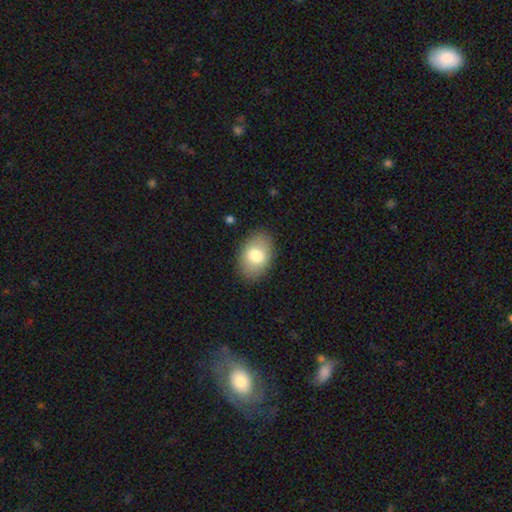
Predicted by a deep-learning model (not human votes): smooth_or_featured: smooth (p=0.77) [alt: featured or disk p=0.16]
how_rounded: in between (p=0.85) [alt: round p=0.14]
merging: none (p=0.86) [alt: minor disturbance p=0.10]